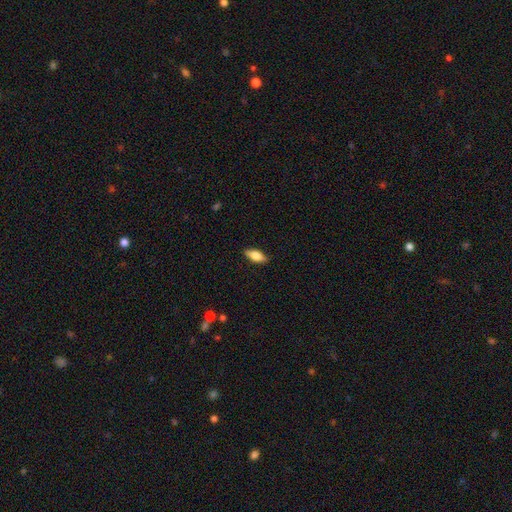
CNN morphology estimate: This appears to be a smooth galaxy with no disk features (71%) that is in between round and cigar-shaped (78%). Merging: none (87%).